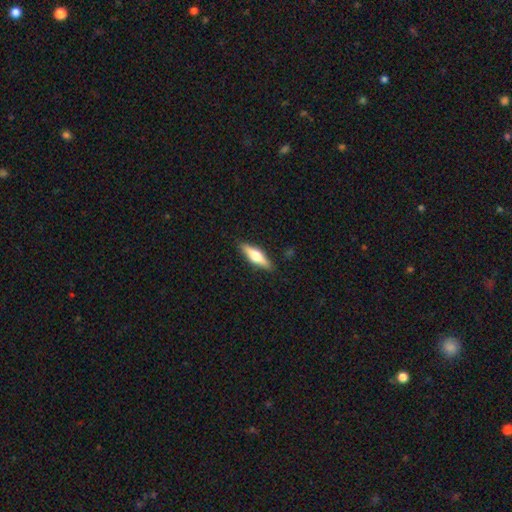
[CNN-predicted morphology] smooth-or-featured: featured or disk: 53% | smooth: 42% | star or artifact: 6%
  disk-edge-on: yes: 95% | no: 5%
  merging: none: 89% | minor disturbance: 8% | major disturbance: 2% | merger: 1%